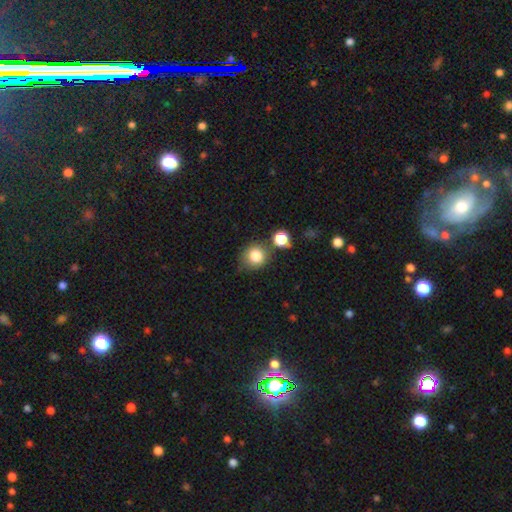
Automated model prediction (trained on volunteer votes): Morphology: type=smooth (82%); roundness=round (84%); merging=none (69%).